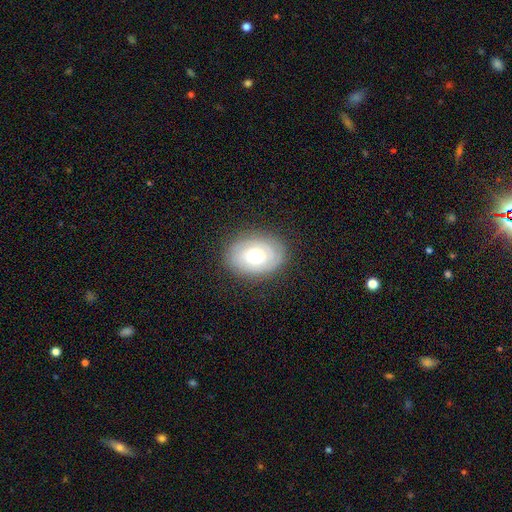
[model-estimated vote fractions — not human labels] smooth_or_featured: featured or disk (p=0.58) [alt: smooth p=0.34]
disk_edge_on: no (p=0.95) [alt: yes p=0.05]
bar: no (p=0.76) [alt: weak p=0.20]
has_spiral_arms: yes (p=0.76) [alt: no p=0.24]
bulge_size: moderate (p=0.64) [alt: large p=0.24]
merging: none (p=0.83) [alt: minor disturbance p=0.12]